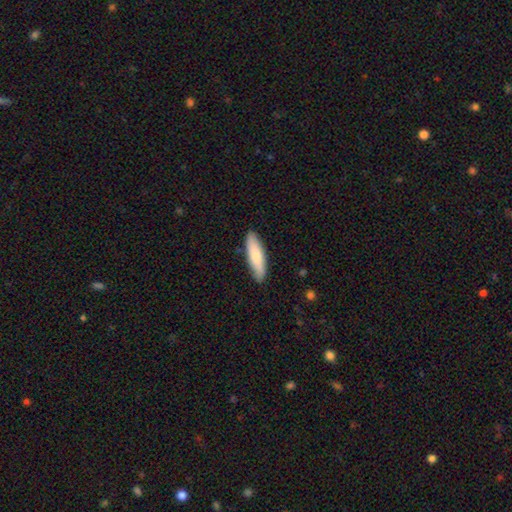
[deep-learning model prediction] smooth-or-featured: smooth: 77% | featured or disk: 18% | star or artifact: 5%
  how-rounded: cigar-shaped: 61% | in between: 37% | round: 2%
  merging: none: 88% | minor disturbance: 9% | major disturbance: 2% | merger: 1%